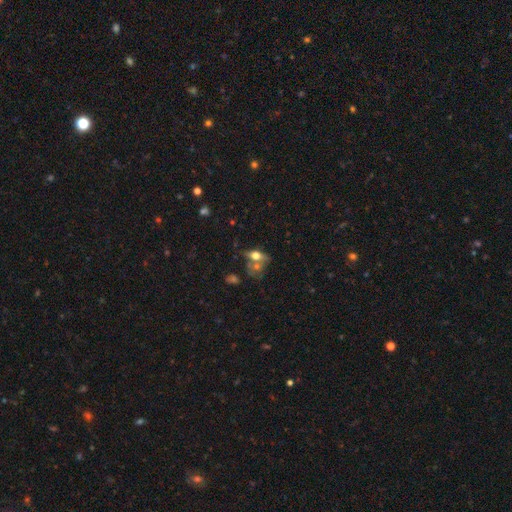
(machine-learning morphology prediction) Smooth or featured: smooth — 52% (featured or disk — 36%)
How rounded: in between — 69% (round — 20%)
Merging: merger — 39% (none — 34%)